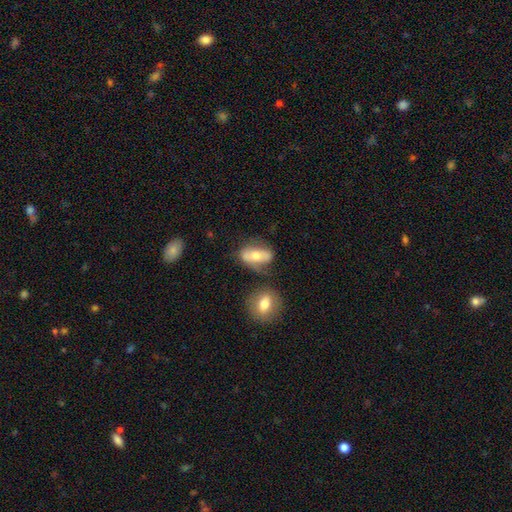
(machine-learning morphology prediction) smooth-or-featured: smooth: 50% | featured or disk: 43% | star or artifact: 7%
  how-rounded: in between: 82% | round: 9% | cigar-shaped: 9%
  merging: none: 55% | minor disturbance: 20% | merger: 16% | major disturbance: 10%